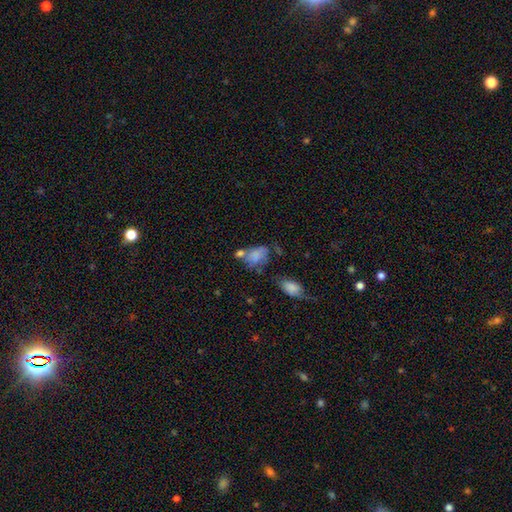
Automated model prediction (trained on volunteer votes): Overall: smooth (68%). How rounded: in between (79%). Merging: none (28%, tied with merger).